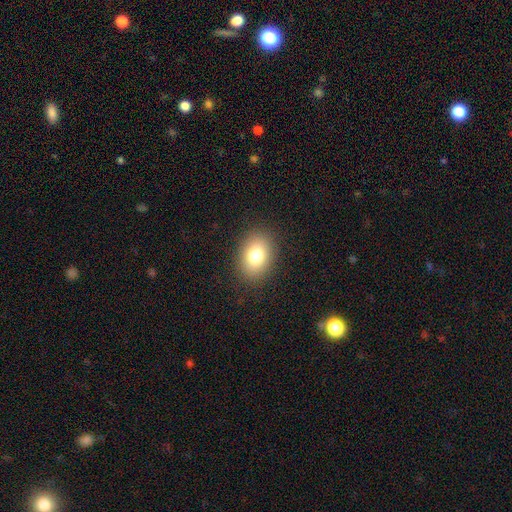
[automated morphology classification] Smooth or featured: smooth — 81% (star or artifact — 10%)
How rounded: in between — 76% (round — 23%)
Merging: none — 88% (minor disturbance — 8%)